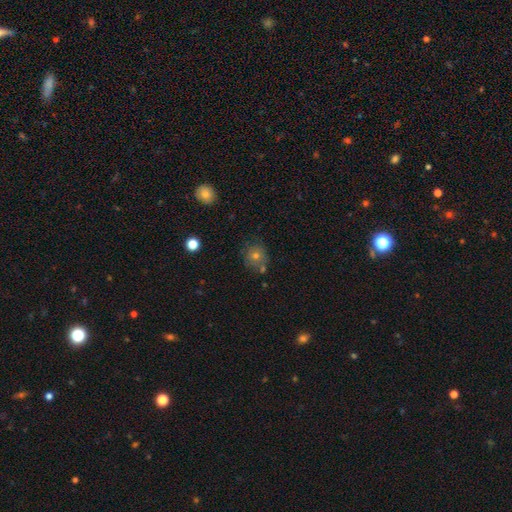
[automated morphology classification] The model was most divided on "smooth or featured": smooth: 66%, star or artifact: 19%, featured or disk: 15%. More confident: how rounded — round (86%); merging — none (76%).